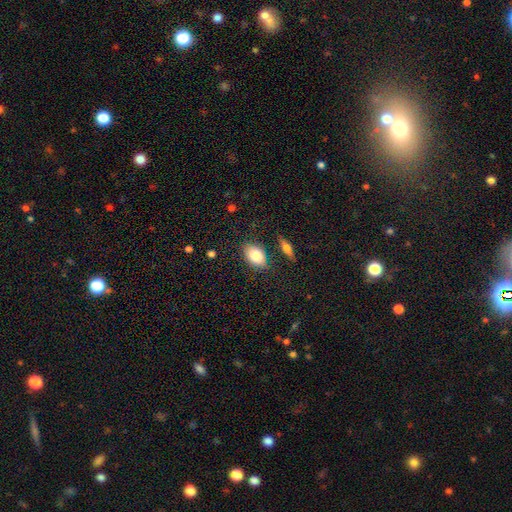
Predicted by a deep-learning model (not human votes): A smooth galaxy with no disk features (81%) that is in between round and cigar-shaped (84%).

Vote fractions:
- Smooth or featured? smooth: 81% / featured or disk: 12% / star or artifact: 7%
- How rounded? in between: 84% / round: 13% / cigar-shaped: 2%
- Merging? none: 80% / minor disturbance: 12% / merger: 5% / major disturbance: 3%